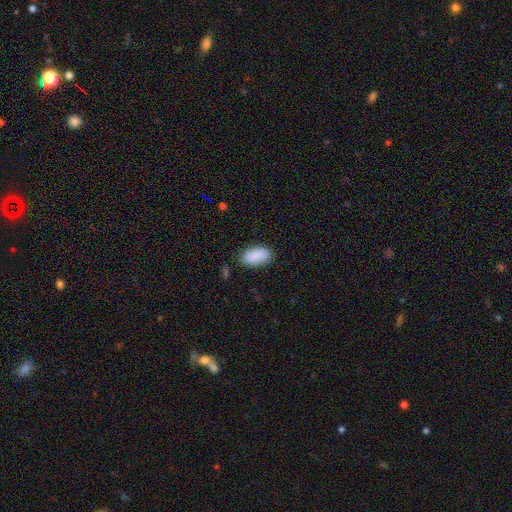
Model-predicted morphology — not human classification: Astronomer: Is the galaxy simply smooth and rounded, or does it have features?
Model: smooth — 87%.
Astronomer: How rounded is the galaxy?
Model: in between — 94%.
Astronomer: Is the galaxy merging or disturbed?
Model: none — 82%.